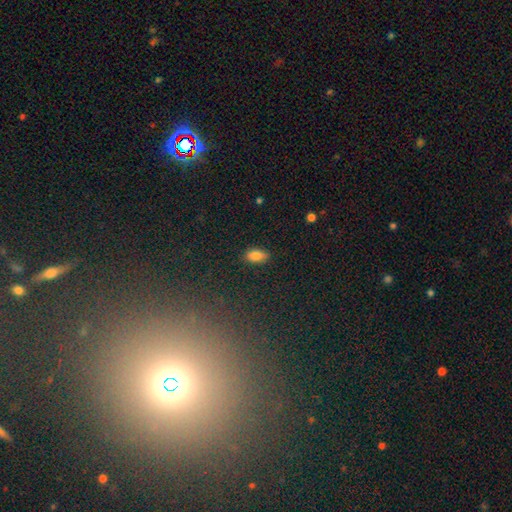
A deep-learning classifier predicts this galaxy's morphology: Q: Smooth or featured?
A: smooth (83%); runner-up: star or artifact (9%)
Q: How rounded?
A: in between (89%); runner-up: cigar-shaped (6%)
Q: Merging?
A: none (85%); runner-up: minor disturbance (11%)